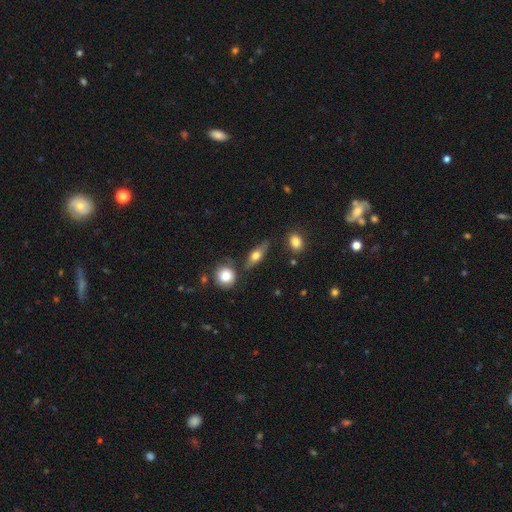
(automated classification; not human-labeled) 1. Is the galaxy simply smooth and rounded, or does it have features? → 51% smooth, 41% featured or disk, 8% star or artifact.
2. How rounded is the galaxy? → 56% in between, 33% cigar-shaped, 11% round.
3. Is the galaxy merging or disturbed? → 75% none, 15% minor disturbance, 6% merger, 4% major disturbance.